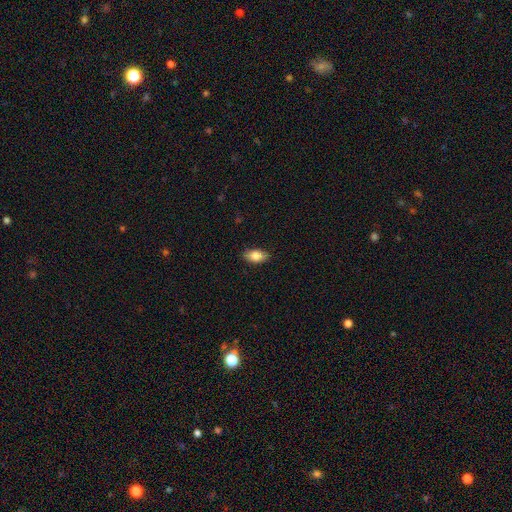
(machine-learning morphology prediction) A smooth galaxy with no disk features (84%) that is in between round and cigar-shaped (92%). Merging: none (87%).